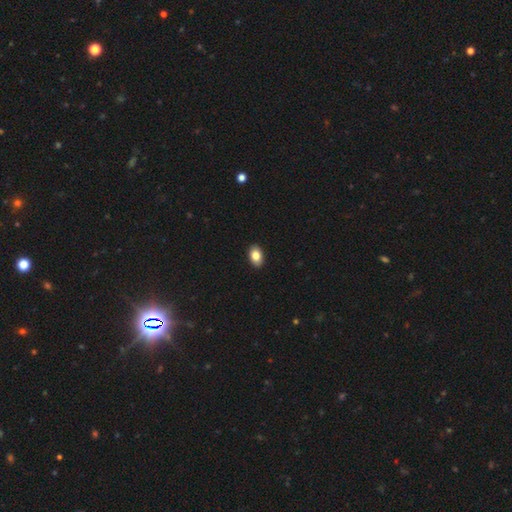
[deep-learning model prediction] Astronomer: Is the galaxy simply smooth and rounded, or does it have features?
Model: smooth — 84%.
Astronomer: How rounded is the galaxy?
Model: in between — 87%.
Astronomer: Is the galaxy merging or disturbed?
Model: none — 91%.